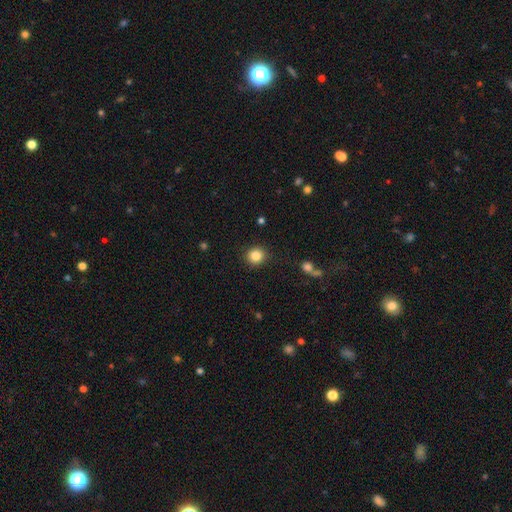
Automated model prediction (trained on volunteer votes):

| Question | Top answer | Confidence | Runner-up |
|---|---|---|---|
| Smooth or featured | smooth | 85% | star or artifact (11%) |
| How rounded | round | 87% | in between (12%) |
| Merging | none | 90% | minor disturbance (7%) |